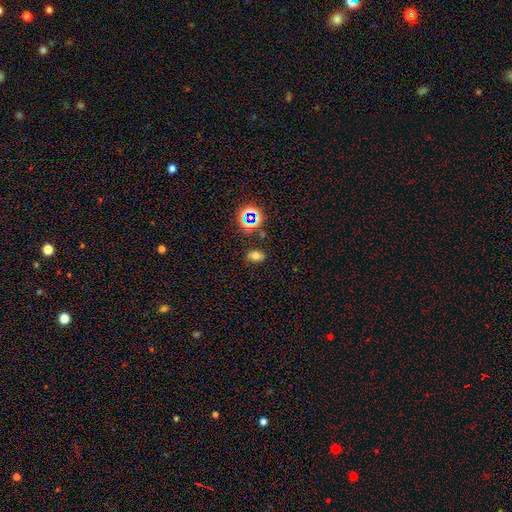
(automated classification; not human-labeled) smooth 64%, star or artifact 22%, featured or disk 14%. Down the decision tree: how rounded — in between (80%); merging — none (78%).